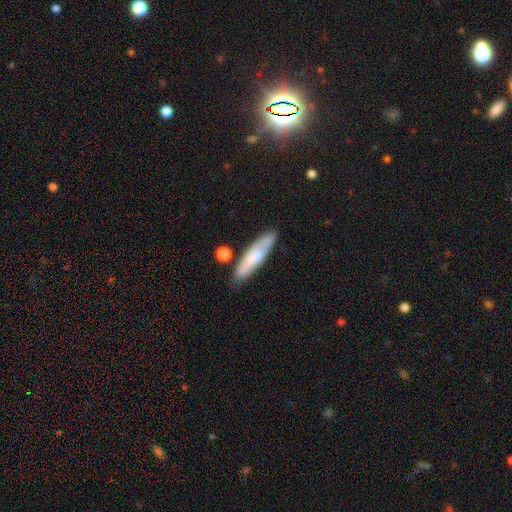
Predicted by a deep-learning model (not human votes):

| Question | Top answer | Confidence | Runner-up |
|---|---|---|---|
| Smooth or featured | smooth | 62% | featured or disk (31%) |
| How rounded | cigar-shaped | 70% | in between (28%) |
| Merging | none | 73% | minor disturbance (16%) |